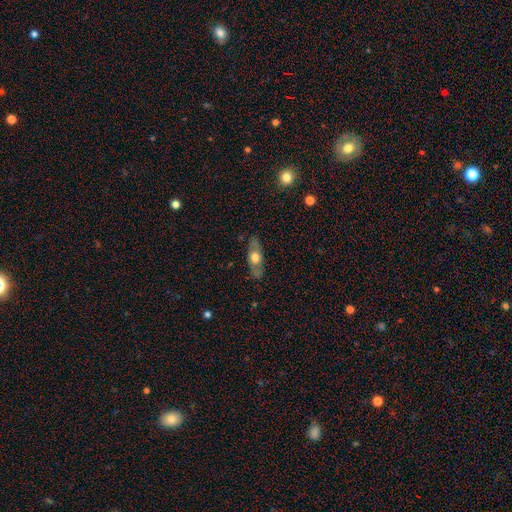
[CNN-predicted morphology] This is possibly a featured or disk galaxy (54%). It is possibly viewed edge-on (50%, tied with no). Merging: clearly none (83%).